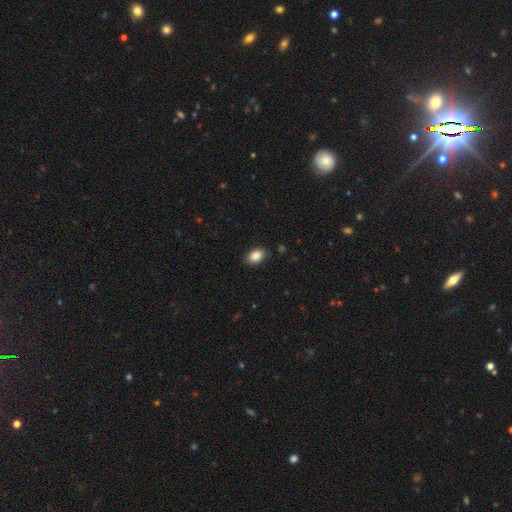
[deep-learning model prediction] Smooth or featured? Predicted: smooth (p=0.85). How rounded? Predicted: in between (p=0.89). Merging? Predicted: none (p=0.87).